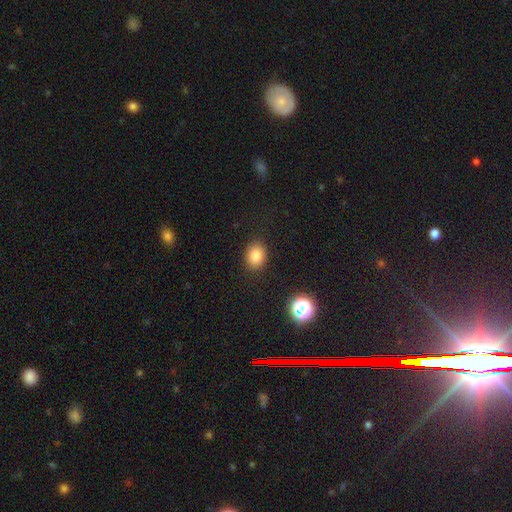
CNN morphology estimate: This appears to be a smooth galaxy with no disk features (83%) that is in between round and cigar-shaped (54%). Merging: none (87%).